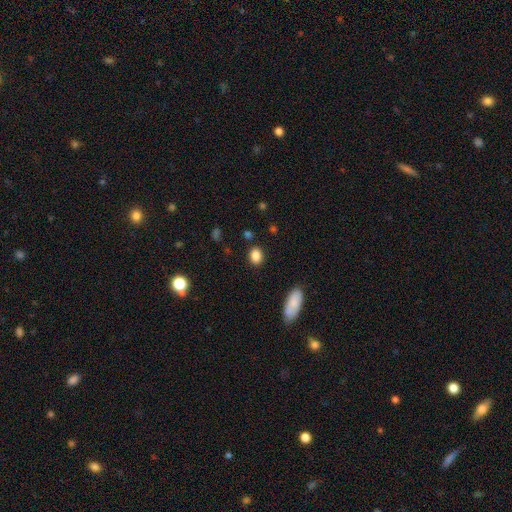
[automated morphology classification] smooth_or_featured: smooth (p=0.86) [alt: star or artifact p=0.09]
how_rounded: in between (p=0.60) [alt: round p=0.38]
merging: none (p=0.87) [alt: minor disturbance p=0.09]